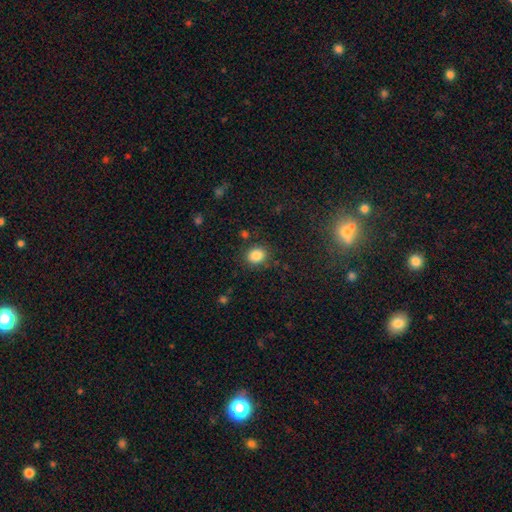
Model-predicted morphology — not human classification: Smooth or featured? Predicted: smooth (p=0.84). How rounded? Predicted: round (p=0.70). Merging? Predicted: none (p=0.84).